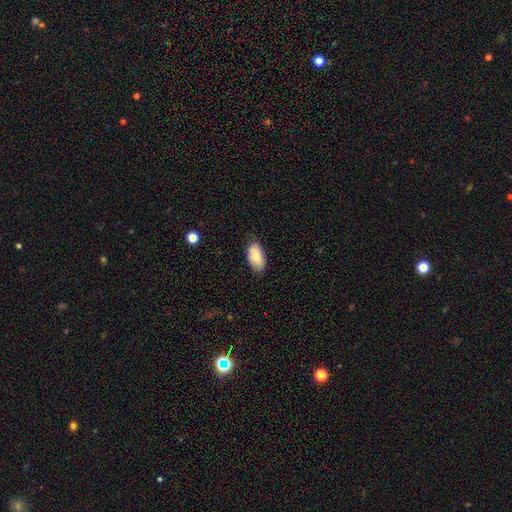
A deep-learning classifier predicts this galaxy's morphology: The model was most divided on "merging": none: 79%, minor disturbance: 17%, major disturbance: 3%, merger: 1%. More confident: how rounded — in between (94%); smooth or featured — smooth (83%).